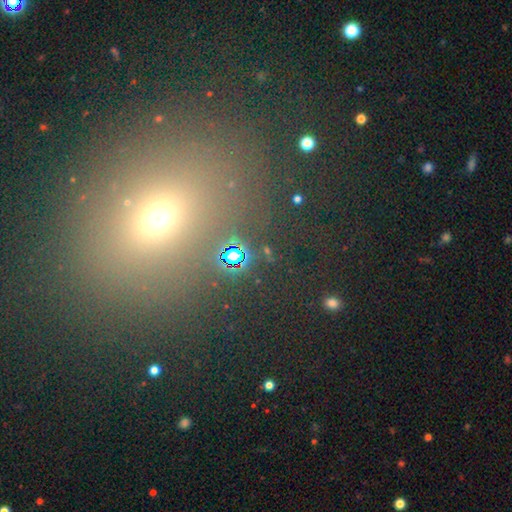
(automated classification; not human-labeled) This is possibly a star or artifact rather than a galaxy (46%).